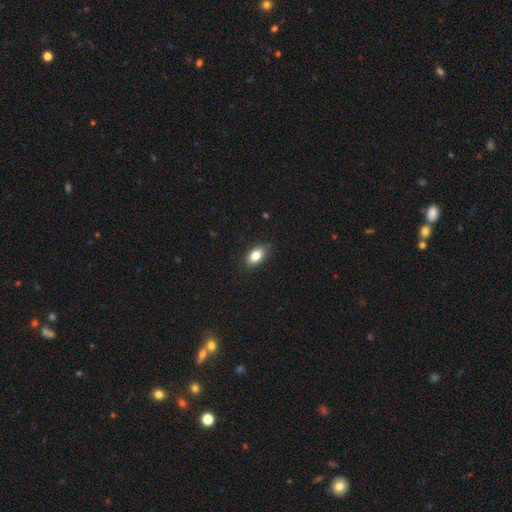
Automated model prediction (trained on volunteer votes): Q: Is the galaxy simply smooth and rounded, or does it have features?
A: smooth — 82%.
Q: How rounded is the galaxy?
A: in between — 88%.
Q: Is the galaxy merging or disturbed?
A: none — 82%.